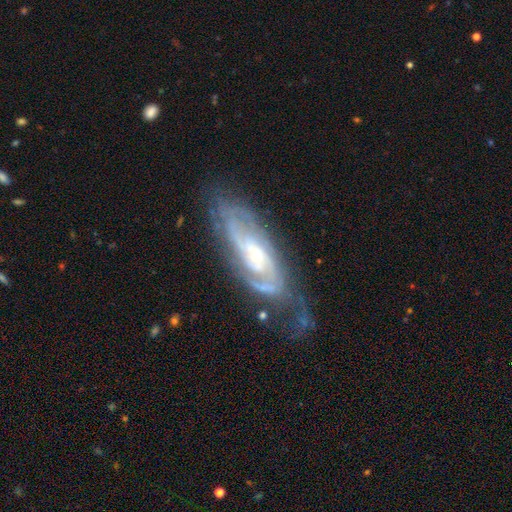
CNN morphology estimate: Overall: featured or disk (86%). Edge-on disk: no (88%). Bar: no (61%; weak 30%). Spiral arms: yes (94%). Spiral arm count: 2 (39%; can't tell 34%). Spiral winding: tight (60%; medium 32%). Bulge size: small (59%; moderate 36%). Merging: none (62%; minor disturbance 23%).